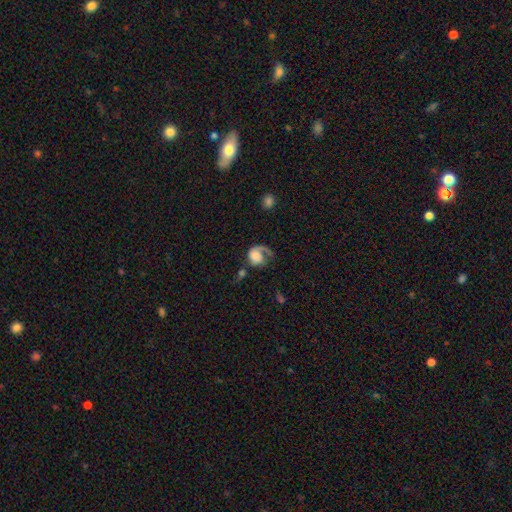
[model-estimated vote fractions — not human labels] Smooth or featured? featured or disk (61%)
Edge-on disk? no (98%)
Bar? no (76%)
Spiral arms? yes (88%)
Spiral winding? loose (41%)
Spiral arm count? 1 (86%)
Bulge size? large (33%)
Merging? major disturbance (42%)